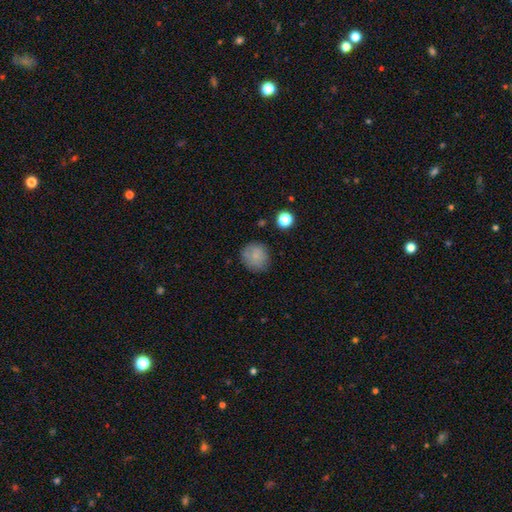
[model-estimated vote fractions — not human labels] smooth 80%, featured or disk 10%, star or artifact 10%. Down the decision tree: how rounded — round (86%); merging — none (79%).